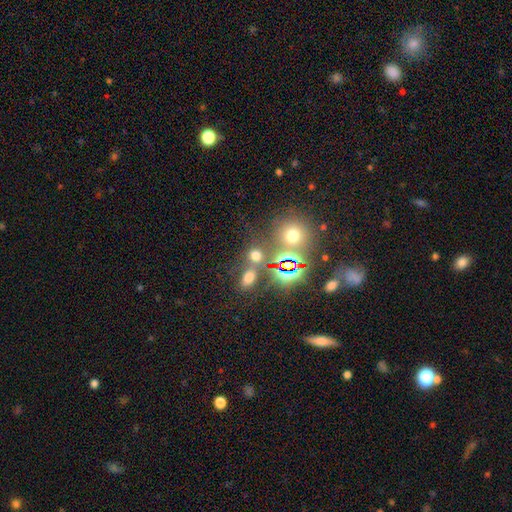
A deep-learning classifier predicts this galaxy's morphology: This appears to be a smooth galaxy with no disk features (57%) that is round (65%). Merging: none (64%).